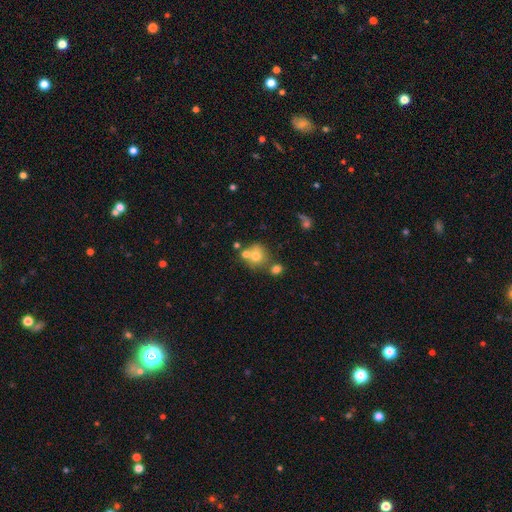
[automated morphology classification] smooth_or_featured: smooth (p=0.68) [alt: featured or disk p=0.19]
how_rounded: round (p=0.83) [alt: in between p=0.16]
merging: none (p=0.50) [alt: merger p=0.35]